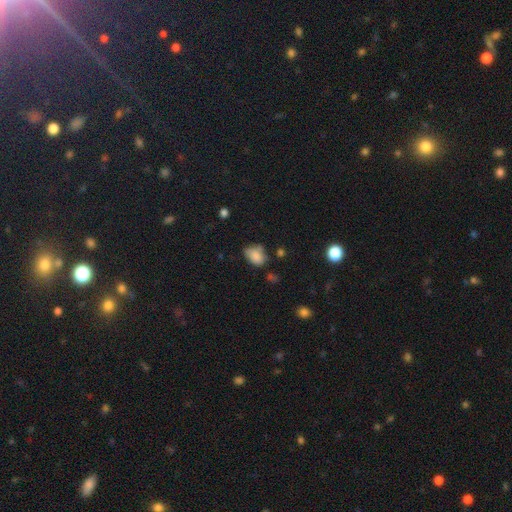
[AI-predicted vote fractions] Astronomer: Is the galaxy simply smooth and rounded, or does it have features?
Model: smooth — 82%.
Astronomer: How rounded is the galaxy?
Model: in between — 75%.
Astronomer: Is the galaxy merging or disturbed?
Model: none — 50% (runner-up: minor disturbance, 33%).